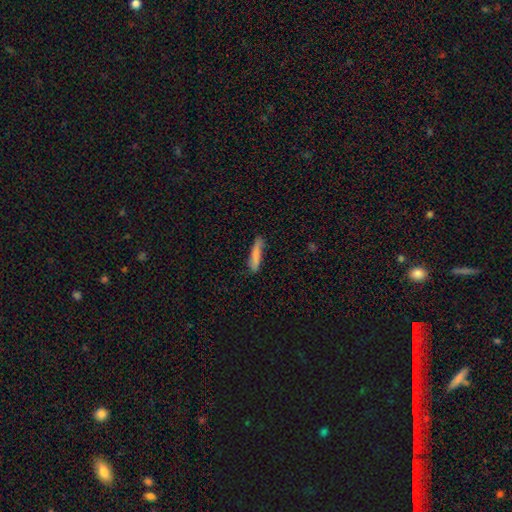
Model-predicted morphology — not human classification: smooth_or_featured: smooth (p=0.83) [alt: featured or disk p=0.11]
how_rounded: cigar-shaped (p=0.88) [alt: in between p=0.11]
merging: none (p=0.77) [alt: minor disturbance p=0.18]